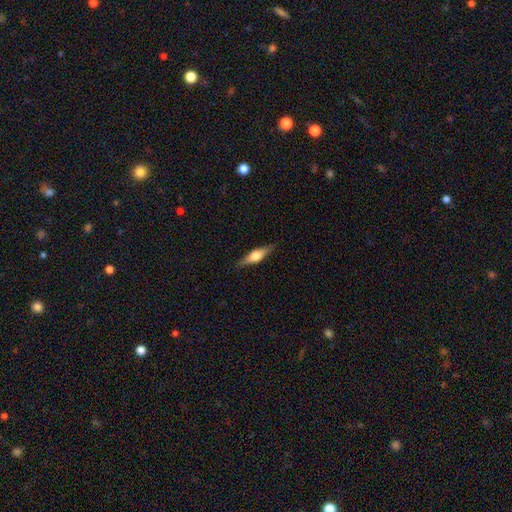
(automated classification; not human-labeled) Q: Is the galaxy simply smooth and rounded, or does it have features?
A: featured or disk — 57%.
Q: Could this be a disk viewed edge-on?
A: yes — 95%.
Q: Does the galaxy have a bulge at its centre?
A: rounded — 90%.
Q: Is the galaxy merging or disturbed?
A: none — 87%.